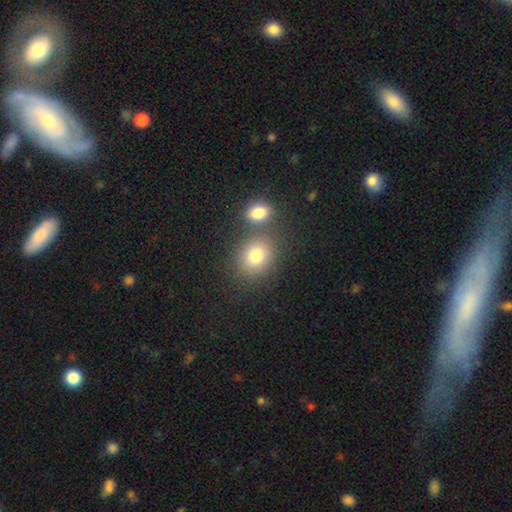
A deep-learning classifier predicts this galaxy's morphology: smooth-or-featured: smooth: 79% | star or artifact: 12% | featured or disk: 10%
  how-rounded: round: 58% | in between: 41% | cigar-shaped: 1%
  merging: none: 64% | merger: 22% | minor disturbance: 10% | major disturbance: 4%